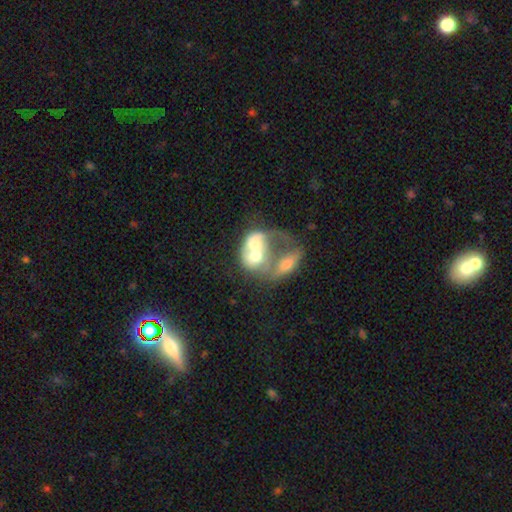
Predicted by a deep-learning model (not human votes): Smooth or featured? Predicted: featured or disk (p=0.47). Merging? Predicted: merger (p=0.77).